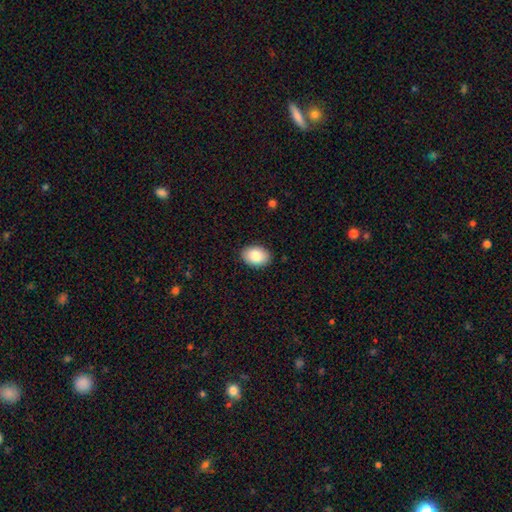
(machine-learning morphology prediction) smooth-or-featured: smooth: 86% | featured or disk: 7% | star or artifact: 7%
  how-rounded: in between: 86% | round: 14% | cigar-shaped: 1%
  merging: none: 89% | minor disturbance: 8% | major disturbance: 2% | merger: 1%